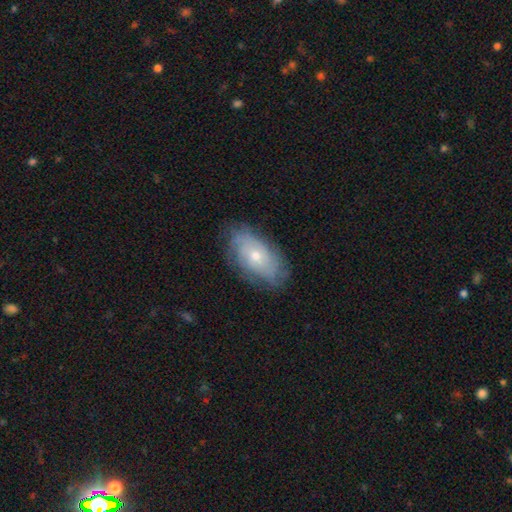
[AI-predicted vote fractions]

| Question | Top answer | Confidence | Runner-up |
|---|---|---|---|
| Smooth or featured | featured or disk | 61% | smooth (32%) |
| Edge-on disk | no | 92% | yes (8%) |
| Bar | no | 84% | weak (14%) |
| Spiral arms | yes | 78% | no (22%) |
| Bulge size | small | 51% | moderate (46%) |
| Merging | none | 75% | minor disturbance (19%) |